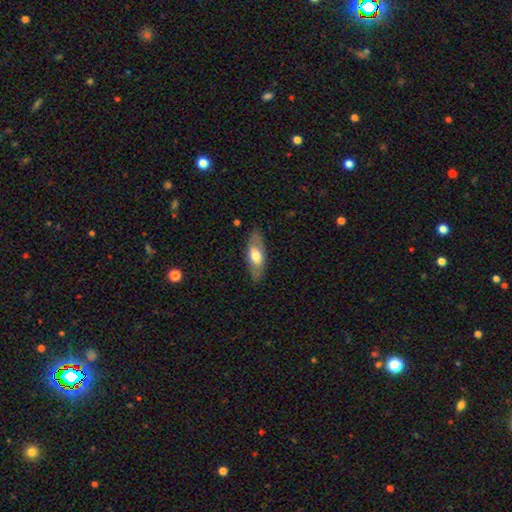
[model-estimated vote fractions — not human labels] Smooth or featured: smooth — 57% (featured or disk — 37%)
How rounded: in between — 78% (cigar-shaped — 19%)
Merging: none — 82% (minor disturbance — 13%)